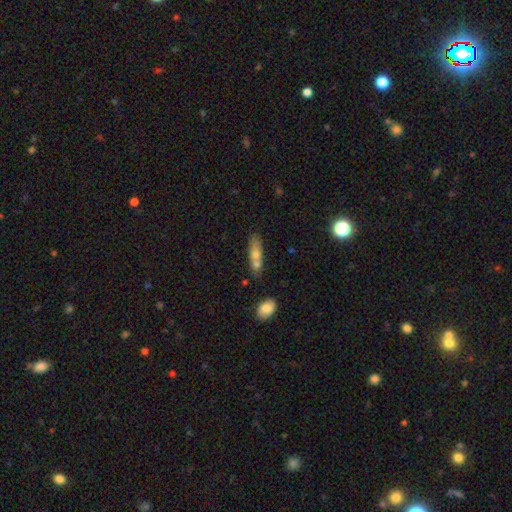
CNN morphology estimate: Q: Smooth or featured?
A: smooth (65%); runner-up: featured or disk (27%)
Q: How rounded?
A: cigar-shaped (55%); runner-up: in between (40%)
Q: Merging?
A: none (45%); runner-up: merger (34%)